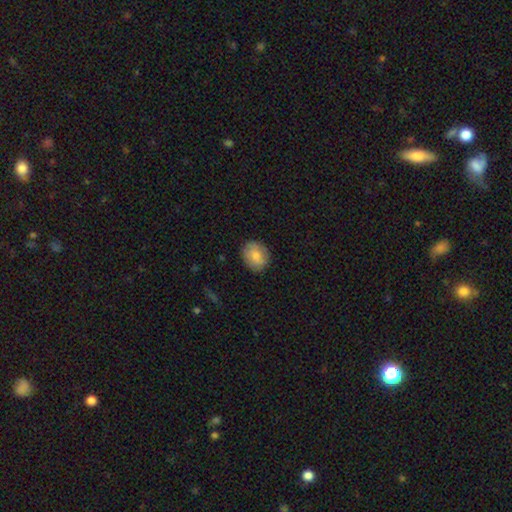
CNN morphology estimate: Overall: smooth (80%). How rounded: round (53%; in between 46%). Merging: none (87%).